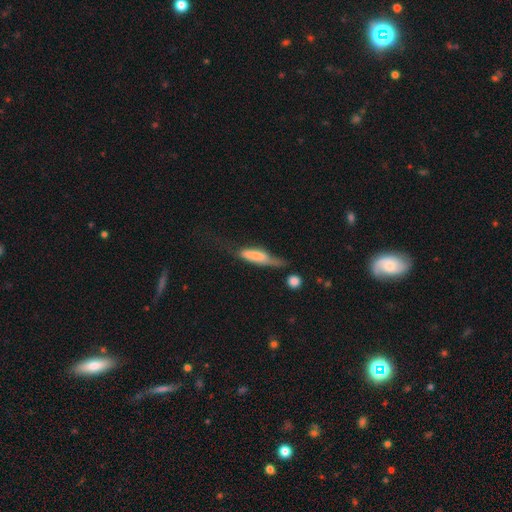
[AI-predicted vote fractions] Smooth or featured?
  - smooth: 67% *
  - featured or disk: 26%
  - star or artifact: 7%
How rounded?
  - cigar-shaped: 63% *
  - in between: 34%
  - round: 3%
Merging?
  - major disturbance: 33% *
  - minor disturbance: 31%
  - none: 26%
  - merger: 9%